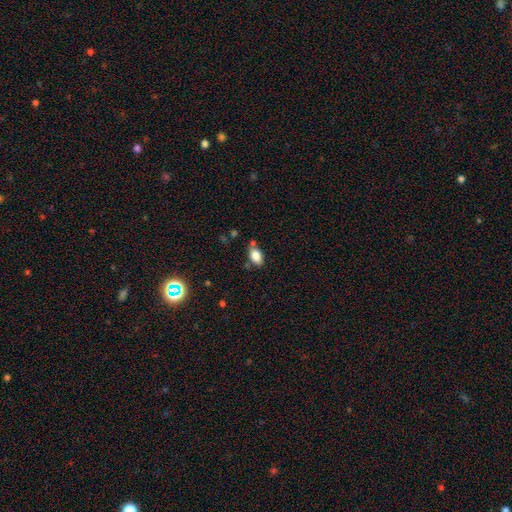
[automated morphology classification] Smooth or featured? Predicted: smooth (p=0.83). How rounded? Predicted: in between (p=0.89). Merging? Predicted: none (p=0.69).